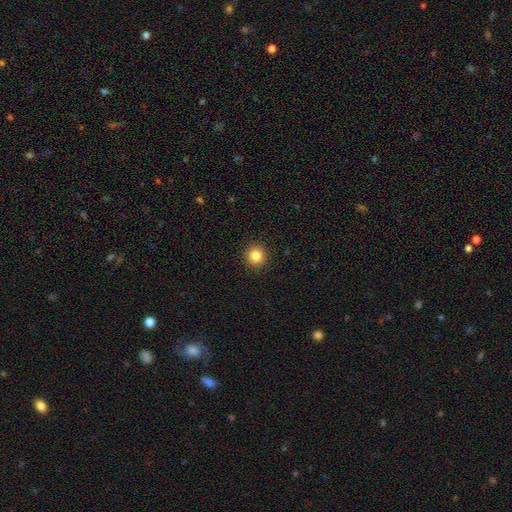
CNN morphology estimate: This is clearly a smooth galaxy (83%). How rounded: clearly round (94%). Merging: clearly none (93%).